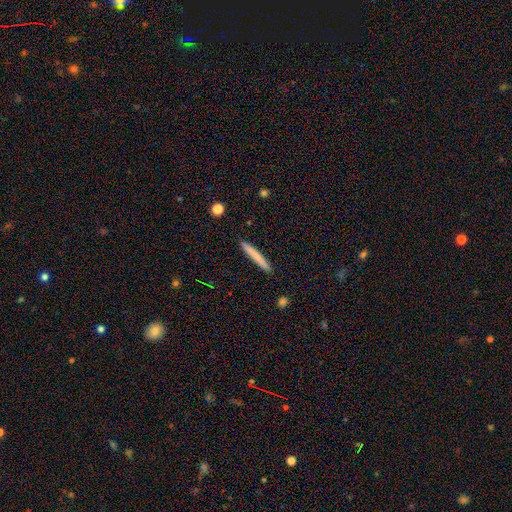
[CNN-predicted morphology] This is likely a smooth galaxy (73%). How rounded: clearly cigar-shaped (97%). Merging: clearly none (91%).